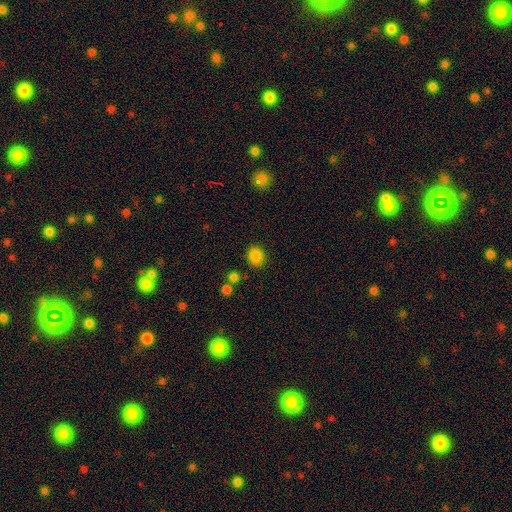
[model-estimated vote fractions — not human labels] The model was most divided on "how rounded": round: 68%, in between: 31%, cigar-shaped: 1%. More confident: smooth or featured — smooth (84%); merging — none (83%).